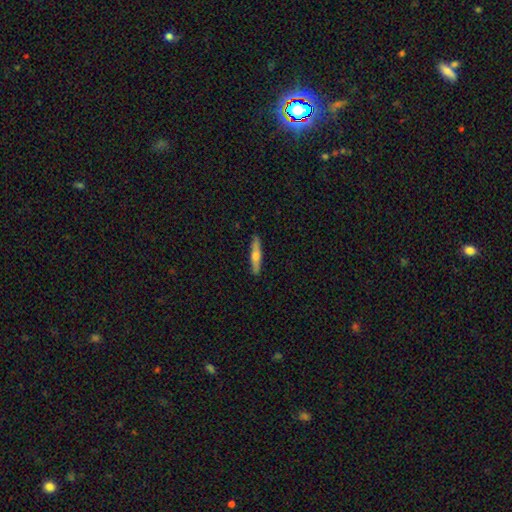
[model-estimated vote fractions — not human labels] smooth_or_featured: smooth (p=0.54) [alt: featured or disk p=0.41]
how_rounded: cigar-shaped (p=0.86) [alt: in between p=0.12]
merging: none (p=0.89) [alt: minor disturbance p=0.08]